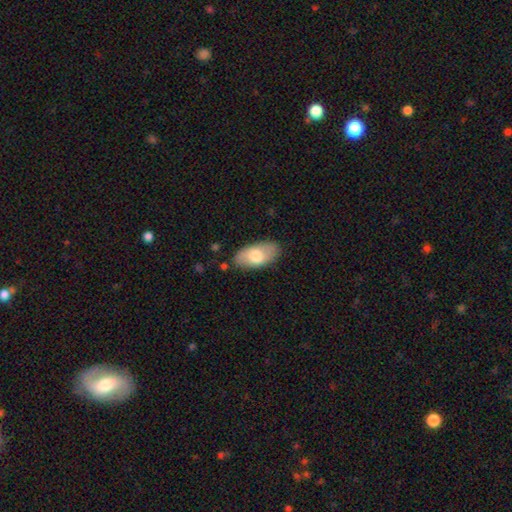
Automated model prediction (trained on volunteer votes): A smooth galaxy with no disk features (72%) that is in between round and cigar-shaped (94%).

Vote fractions:
- Smooth or featured? smooth: 72% / featured or disk: 22% / star or artifact: 6%
- How rounded? in between: 94% / cigar-shaped: 4% / round: 3%
- Merging? none: 81% / minor disturbance: 14% / major disturbance: 3% / merger: 2%